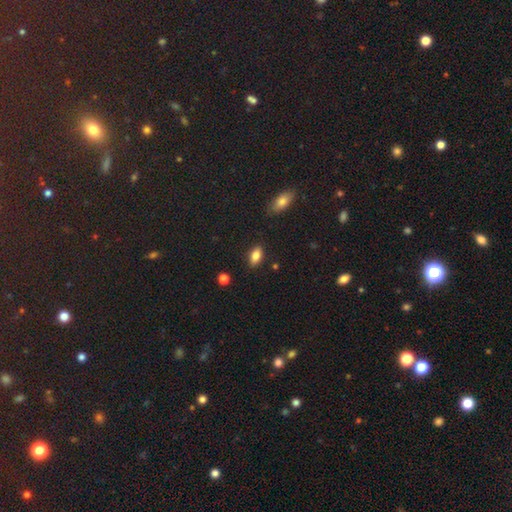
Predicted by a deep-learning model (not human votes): Smooth or featured? smooth (82%)
How rounded? in between (89%)
Merging? none (86%)